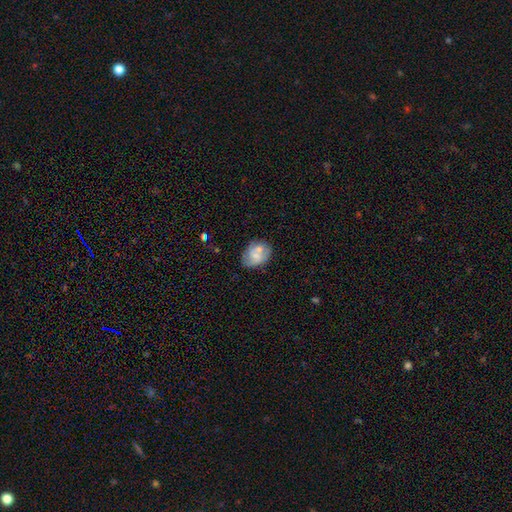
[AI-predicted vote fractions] smooth 59%, featured or disk 33%, star or artifact 8%. Down the decision tree: how rounded — in between (62%); merging — none (47%).